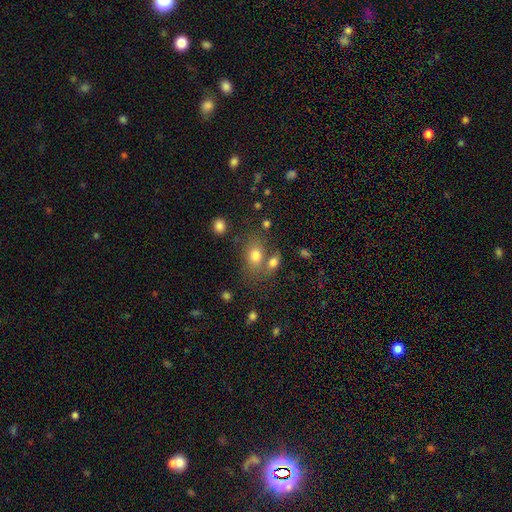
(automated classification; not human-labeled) Smooth or featured? smooth (75%)
How rounded? in between (68%)
Merging? none (55%)